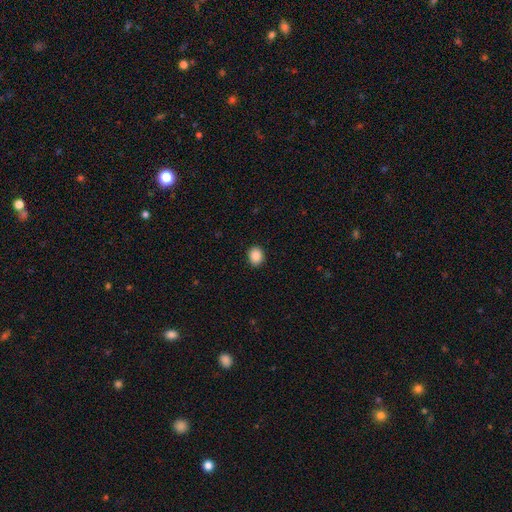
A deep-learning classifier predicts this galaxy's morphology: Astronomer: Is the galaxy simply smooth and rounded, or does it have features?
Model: smooth — 88%.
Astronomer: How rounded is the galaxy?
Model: round — 61% (runner-up: in between, 38%).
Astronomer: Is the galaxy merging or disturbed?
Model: none — 91%.